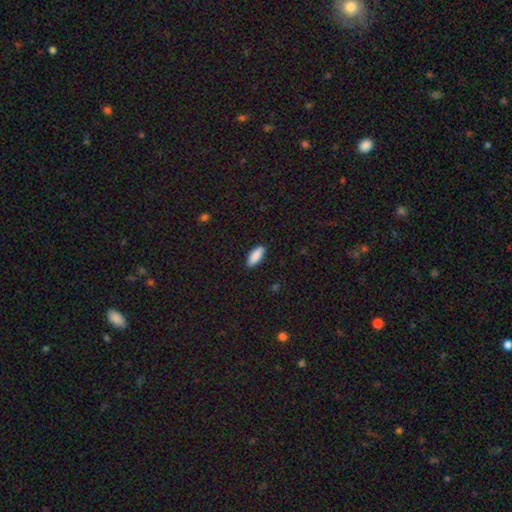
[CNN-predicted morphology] A smooth galaxy with no disk features (89%) that is in between round and cigar-shaped (76%). Merging: none (88%).